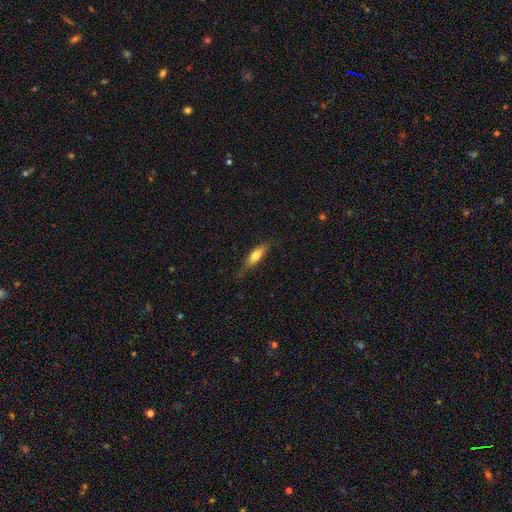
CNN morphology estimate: A smooth galaxy with no disk features (71%) that is in between round and cigar-shaped (57%).

Vote fractions:
- Smooth or featured? smooth: 71% / featured or disk: 23% / star or artifact: 6%
- How rounded? in between: 57% / cigar-shaped: 41% / round: 2%
- Merging? none: 65% / minor disturbance: 26% / major disturbance: 7% / merger: 2%